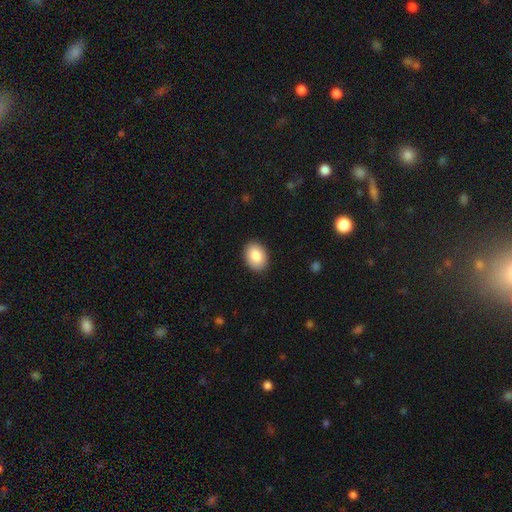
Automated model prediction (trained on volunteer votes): Morphology: type=smooth (86%); roundness=in between (76%); merging=none (89%).